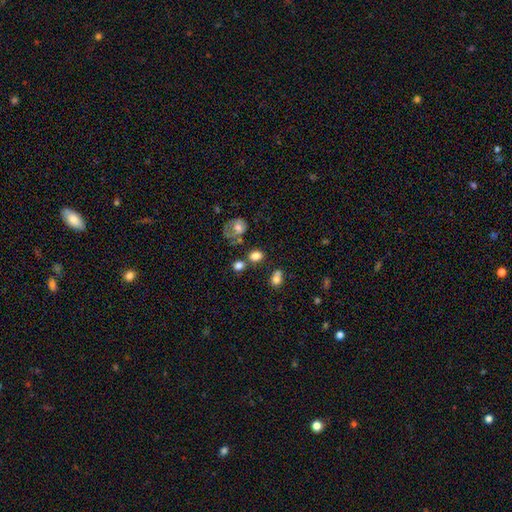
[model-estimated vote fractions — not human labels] The model was most divided on "how rounded": round: 54%, in between: 45%, cigar-shaped: 1%. More confident: smooth or featured — smooth (78%); merging — none (58%).